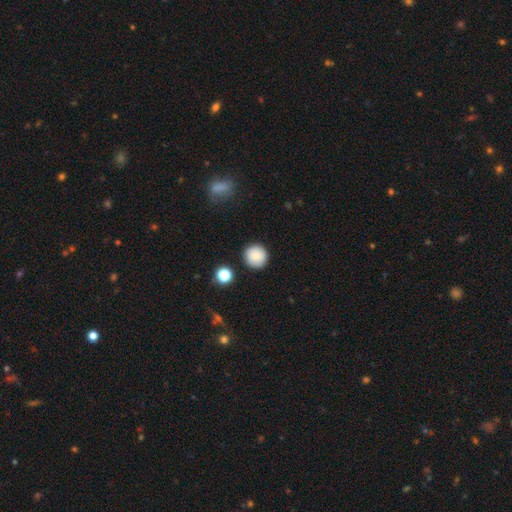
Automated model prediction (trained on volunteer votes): A smooth galaxy with no disk features (85%) that is round (95%). Merging: none (90%).